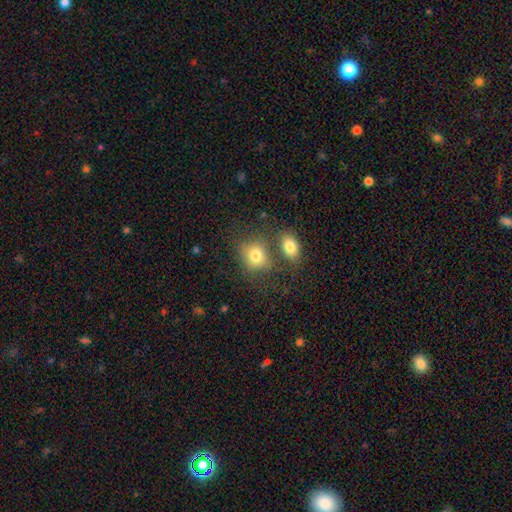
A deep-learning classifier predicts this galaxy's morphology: A smooth galaxy with no disk features (78%) that is round (50%).

Vote fractions:
- Smooth or featured? smooth: 78% / featured or disk: 11% / star or artifact: 10%
- How rounded? round: 50% / in between: 49% / cigar-shaped: 1%
- Merging? none: 54% / merger: 25% / minor disturbance: 14% / major disturbance: 7%